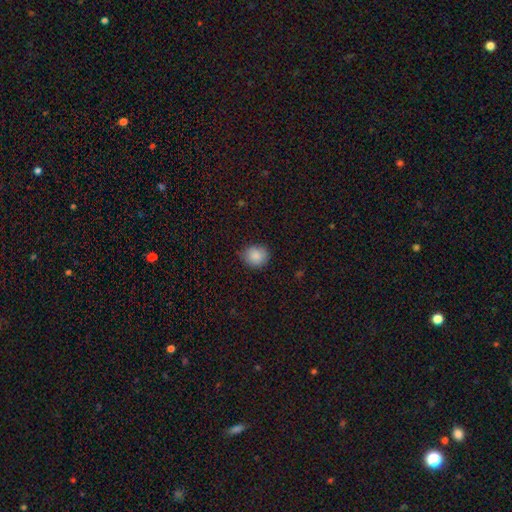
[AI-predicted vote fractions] This appears to be a smooth galaxy with no disk features (87%) that is round (74%). Merging: none (78%).